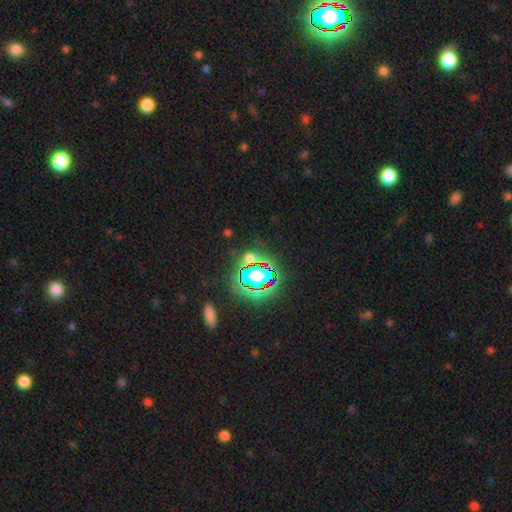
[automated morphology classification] smooth-or-featured: star or artifact: 77% | smooth: 14% | featured or disk: 8%